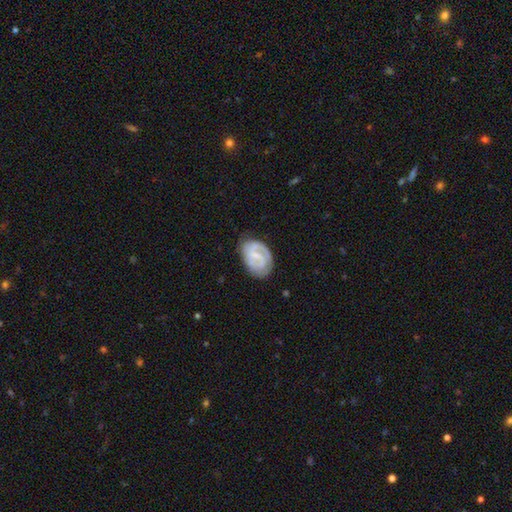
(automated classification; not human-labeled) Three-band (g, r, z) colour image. It shows a featured or disk galaxy (71%) with a weak bar (52%), 2 (68%) tight (46%) spiral arms (87%) and a small central bulge (54%). Merging: none (72%).